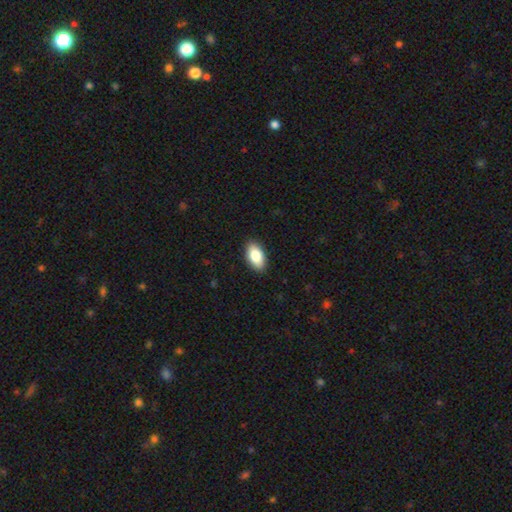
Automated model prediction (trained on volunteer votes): smooth_or_featured: smooth (p=0.85) [alt: featured or disk p=0.09]
how_rounded: in between (p=0.94) [alt: round p=0.04]
merging: none (p=0.90) [alt: minor disturbance p=0.08]